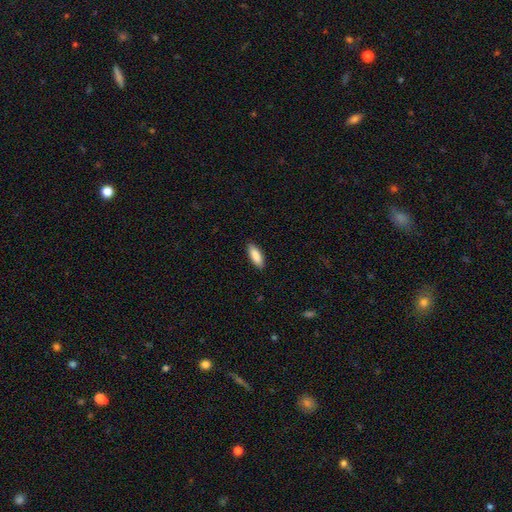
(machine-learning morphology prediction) Q: Smooth or featured?
A: smooth (89%); runner-up: star or artifact (6%)
Q: How rounded?
A: in between (69%); runner-up: cigar-shaped (29%)
Q: Merging?
A: none (89%); runner-up: minor disturbance (8%)